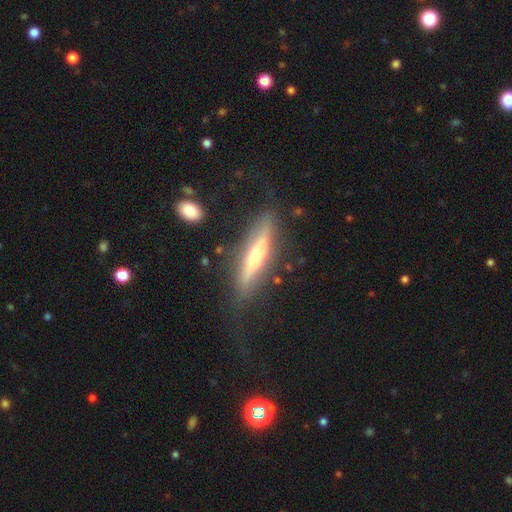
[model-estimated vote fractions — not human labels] Smooth or featured? featured or disk (59%)
Edge-on disk? yes (89%)
Edge-on bulge? rounded (68%)
Merging? none (77%)